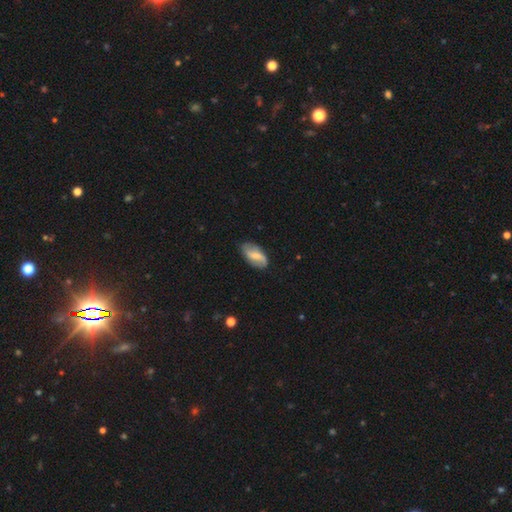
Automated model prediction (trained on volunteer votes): Q: Smooth or featured?
A: featured or disk (47%); runner-up: smooth (46%)
Q: Merging?
A: none (78%); runner-up: minor disturbance (17%)